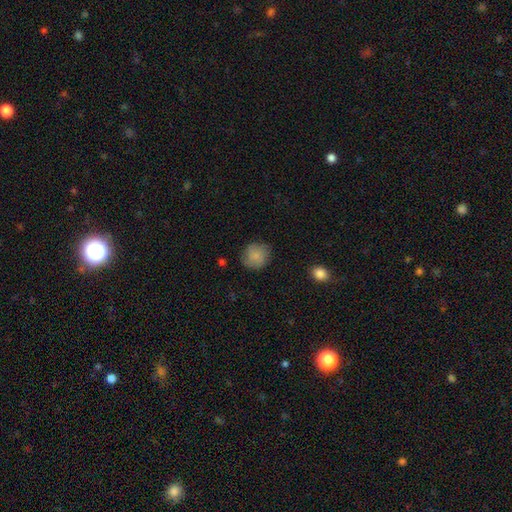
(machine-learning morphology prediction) Overall: smooth (81%). How rounded: round (87%). Merging: none (77%).